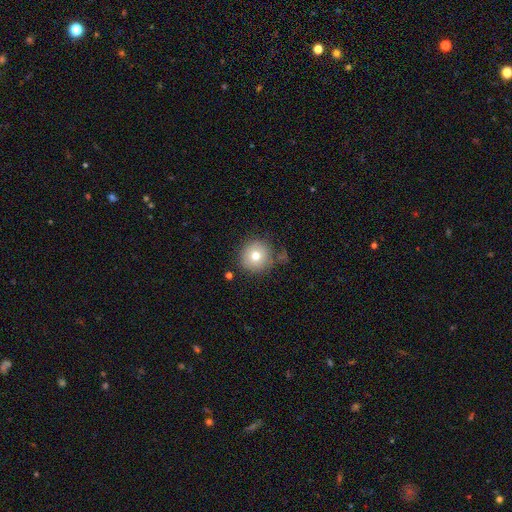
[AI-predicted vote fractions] Smooth or featured?
  - smooth: 73% *
  - featured or disk: 16%
  - star or artifact: 11%
How rounded?
  - round: 93% *
  - in between: 6%
  - cigar-shaped: 1%
Merging?
  - none: 76% *
  - minor disturbance: 14%
  - major disturbance: 5%
  - merger: 4%